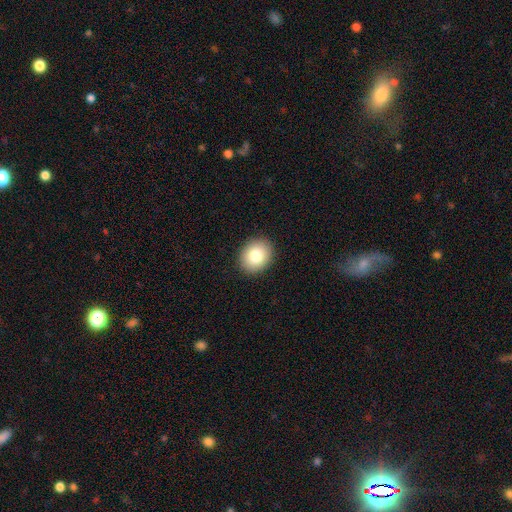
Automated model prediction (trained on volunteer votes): This appears to be a smooth galaxy with no disk features (82%) that is round (59%). Merging: none (91%).